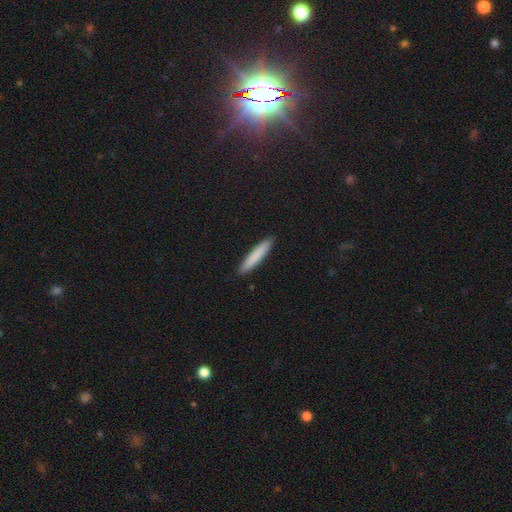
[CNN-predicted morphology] A smooth galaxy with no disk features (83%) that is cigar-shaped (92%). Merging: none (91%).